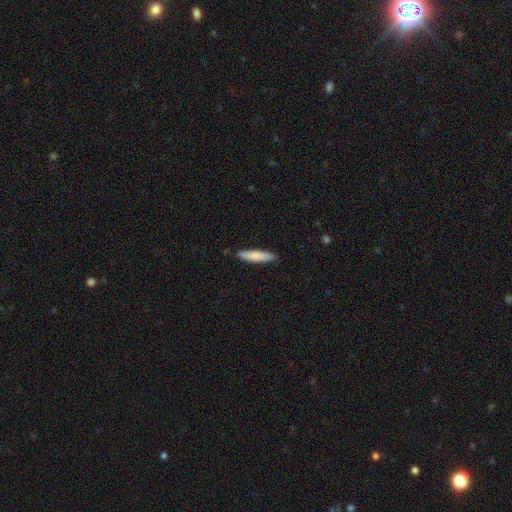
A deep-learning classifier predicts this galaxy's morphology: smooth_or_featured: smooth (p=0.81) [alt: featured or disk p=0.14]
how_rounded: cigar-shaped (p=0.82) [alt: in between p=0.16]
merging: none (p=0.88) [alt: minor disturbance p=0.09]